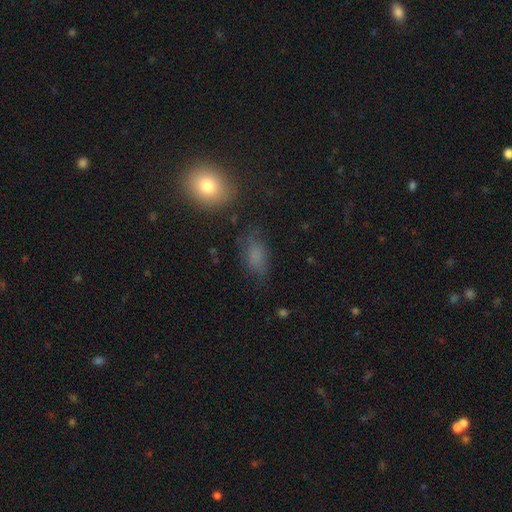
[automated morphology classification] The model was most divided on "merging": none: 67%, minor disturbance: 21%, major disturbance: 9%, merger: 3%. More confident: how rounded — in between (87%); smooth or featured — smooth (74%).